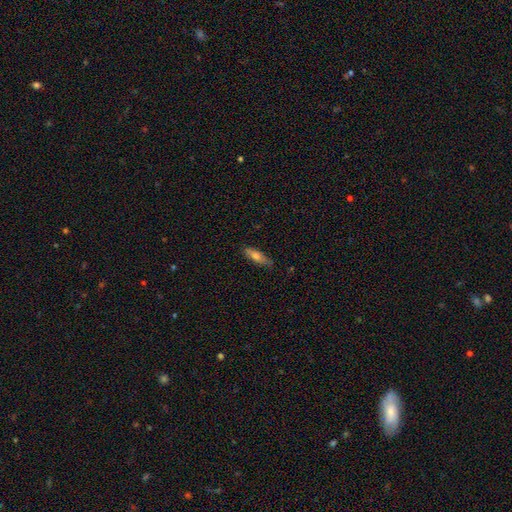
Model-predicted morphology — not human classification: A smooth galaxy with no disk features (61%) that is cigar-shaped (65%). Merging: none (84%).